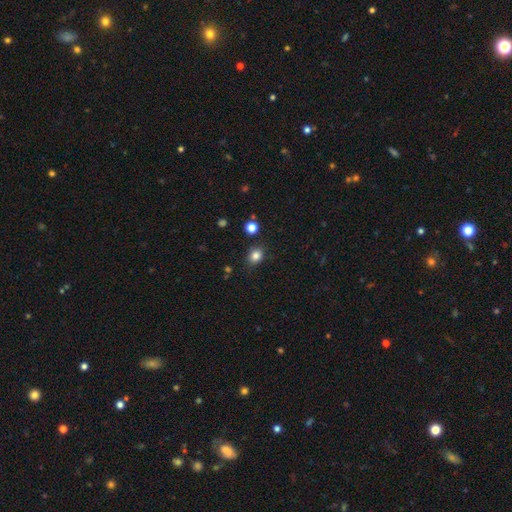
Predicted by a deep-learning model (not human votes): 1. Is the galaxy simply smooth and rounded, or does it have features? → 83% smooth, 12% star or artifact, 5% featured or disk.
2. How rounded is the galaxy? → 63% round, 36% in between, 1% cigar-shaped.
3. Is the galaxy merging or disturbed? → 85% none, 10% minor disturbance, 3% major disturbance, 3% merger.